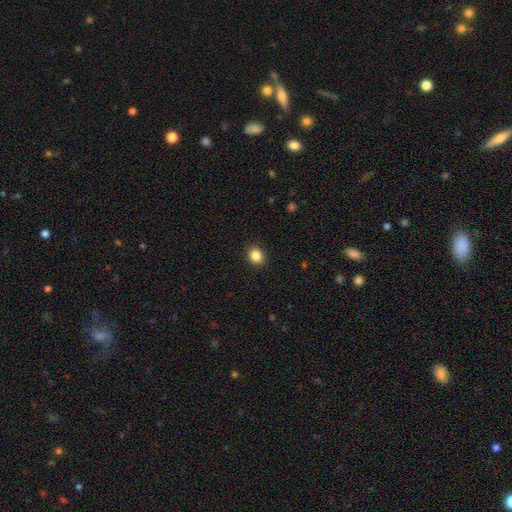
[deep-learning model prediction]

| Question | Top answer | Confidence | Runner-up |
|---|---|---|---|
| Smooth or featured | smooth | 86% | star or artifact (10%) |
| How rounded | round | 57% | in between (43%) |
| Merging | none | 90% | minor disturbance (7%) |